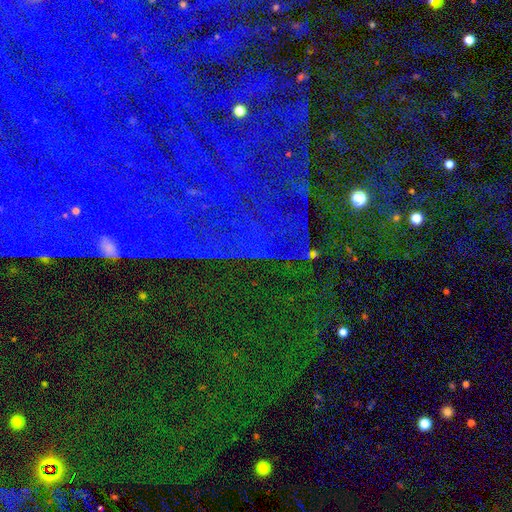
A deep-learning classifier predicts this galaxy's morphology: Smooth or featured: star or artifact — 81% (featured or disk — 10%)